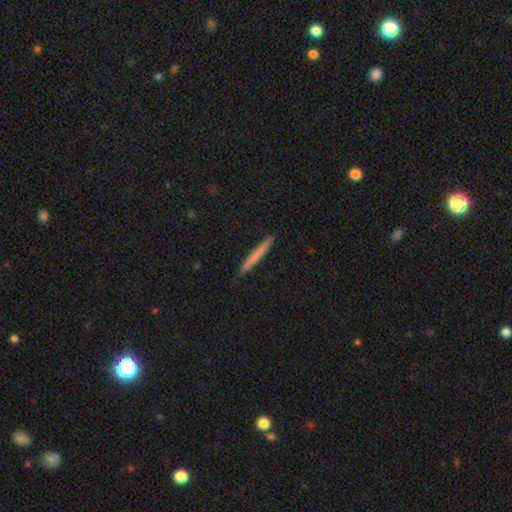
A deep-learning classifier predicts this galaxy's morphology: Smooth or featured?
  - smooth: 62% *
  - featured or disk: 33%
  - star or artifact: 5%
How rounded?
  - cigar-shaped: 97% *
  - in between: 2%
  - round: 1%
Merging?
  - none: 92% *
  - minor disturbance: 6%
  - major disturbance: 1%
  - merger: 1%